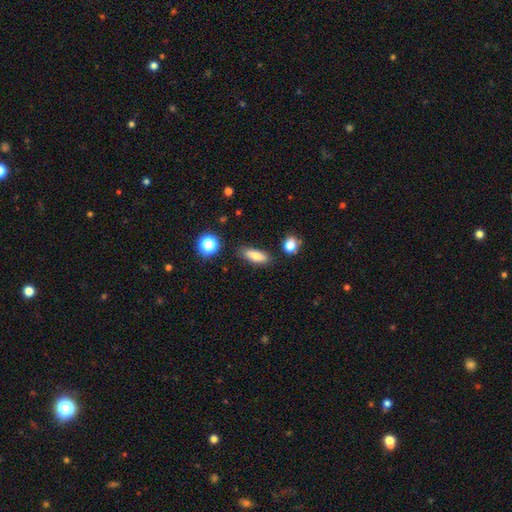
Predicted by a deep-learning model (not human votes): Smooth or featured: smooth — 79% (featured or disk — 12%)
How rounded: in between — 62% (cigar-shaped — 33%)
Merging: none — 85% (minor disturbance — 9%)